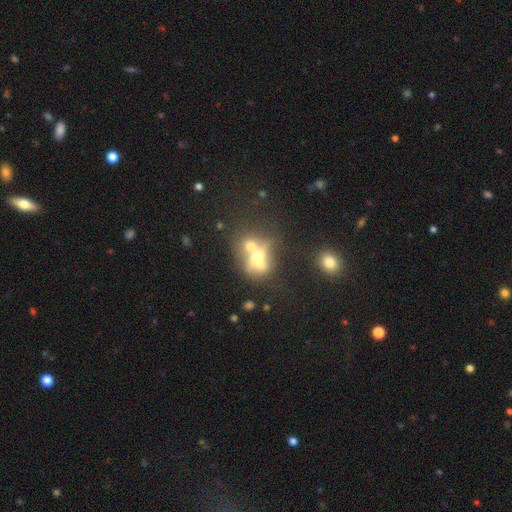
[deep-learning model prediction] Overall: smooth (43%; featured or disk 38%). Merging: merger (60%; none 24%).